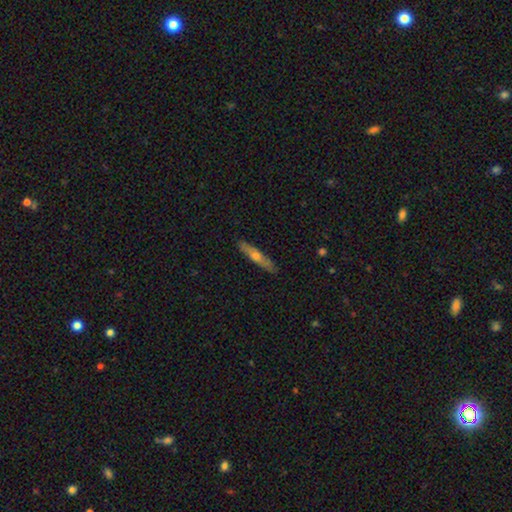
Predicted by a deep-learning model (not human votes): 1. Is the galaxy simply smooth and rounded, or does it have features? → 48% smooth, 46% featured or disk, 6% star or artifact.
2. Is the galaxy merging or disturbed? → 89% none, 9% minor disturbance, 2% major disturbance, 1% merger.